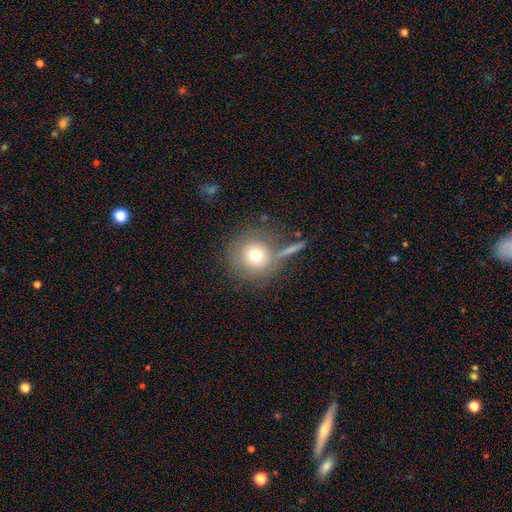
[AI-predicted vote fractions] This is likely a smooth galaxy (72%). How rounded: clearly round (93%). Merging: likely none (71%).